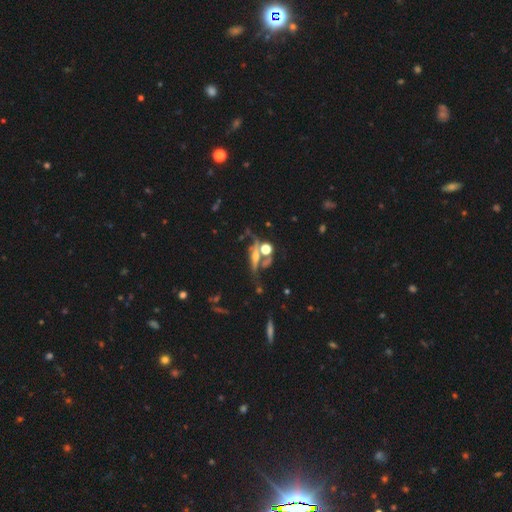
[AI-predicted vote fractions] smooth-or-featured: featured or disk: 54% | smooth: 26% | star or artifact: 20%
  disk-edge-on: yes: 65% | no: 35%
  merging: none: 51% | merger: 21% | minor disturbance: 16% | major disturbance: 12%